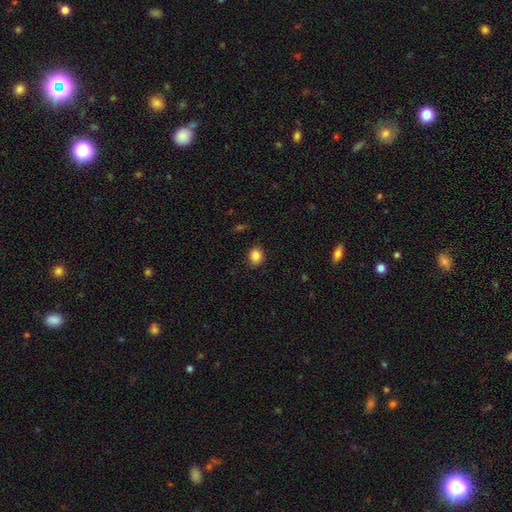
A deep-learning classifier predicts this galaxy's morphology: Overall: smooth (86%). How rounded: round (69%; in between 30%). Merging: none (84%).